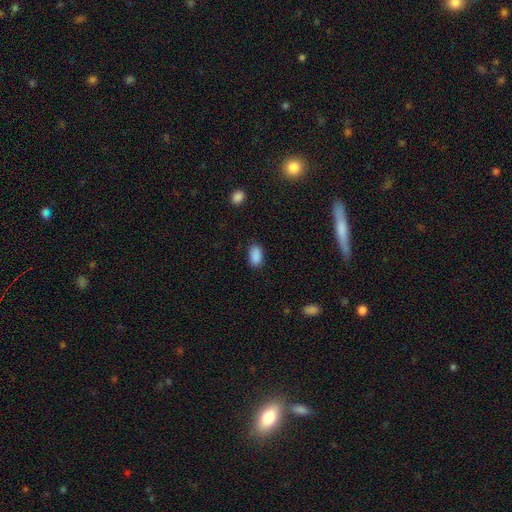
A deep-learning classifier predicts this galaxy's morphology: type=smooth (89%); roundness=in between (93%); merging=none (83%).